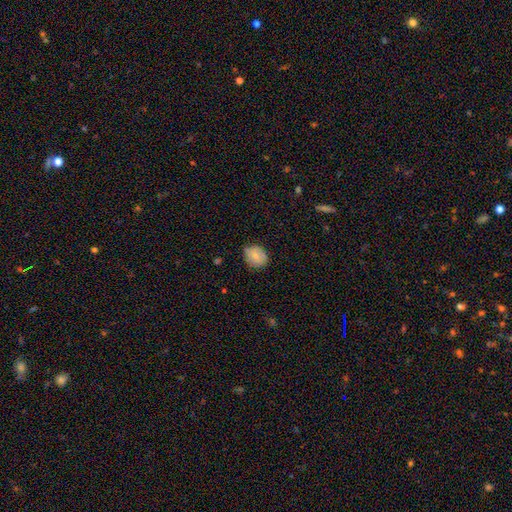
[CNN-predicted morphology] This appears to be a smooth galaxy with no disk features (75%) that is round (57%). Merging: none (73%).